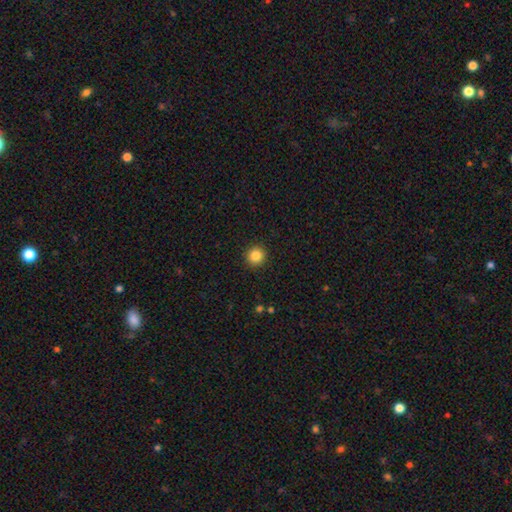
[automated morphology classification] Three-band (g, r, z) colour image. It shows a smooth galaxy with no disk features (85%) that is round (94%). Merging: none (92%).